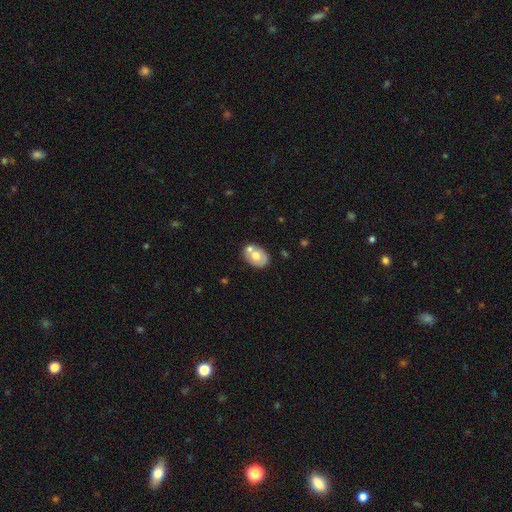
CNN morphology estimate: This appears to be a smooth galaxy with no disk features (58%) that is in between round and cigar-shaped (69%). Merging: none (54%).